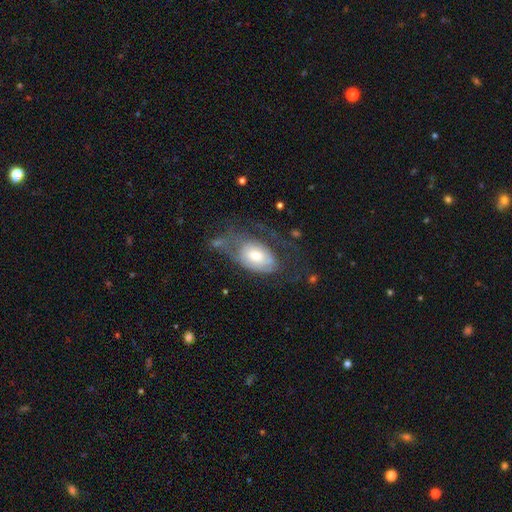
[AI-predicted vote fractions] Smooth or featured? featured or disk (57%)
Edge-on disk? no (93%)
Bar? no (77%)
Spiral arms? yes (62%)
Bulge size? moderate (55%)
Merging? major disturbance (39%)